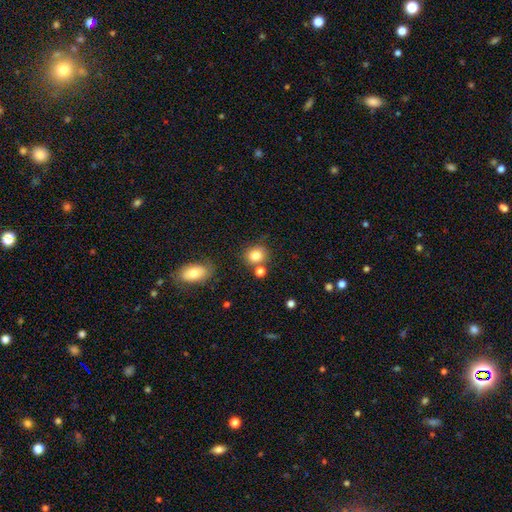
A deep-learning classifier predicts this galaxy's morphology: This is clearly a smooth galaxy (82%). How rounded: likely round (76%). Merging: likely none (72%).